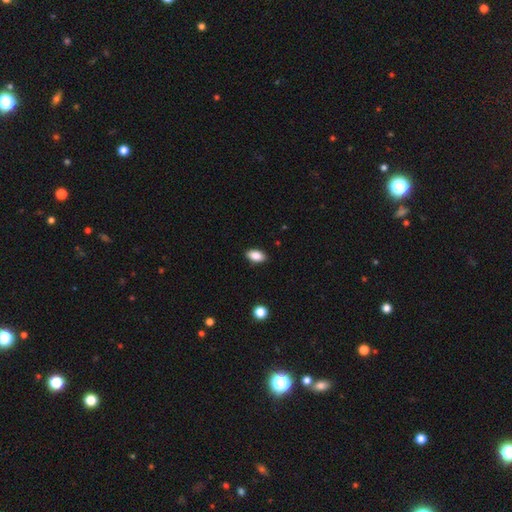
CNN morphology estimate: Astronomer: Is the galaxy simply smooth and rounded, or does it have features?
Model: smooth — 87%.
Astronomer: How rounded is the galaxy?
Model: in between — 92%.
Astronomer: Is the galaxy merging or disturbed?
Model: none — 88%.